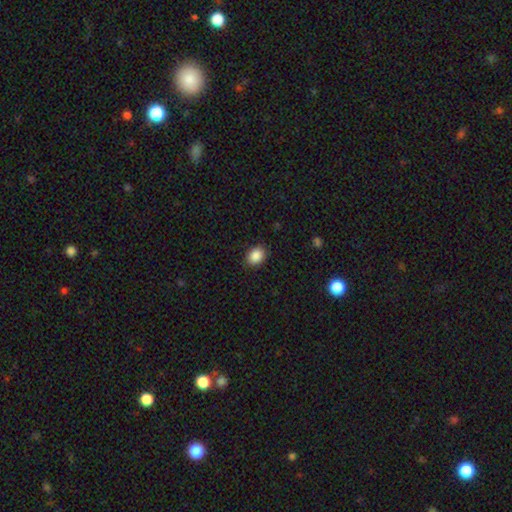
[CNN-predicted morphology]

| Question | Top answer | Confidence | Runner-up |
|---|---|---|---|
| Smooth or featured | smooth | 88% | star or artifact (8%) |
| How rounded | in between | 60% | round (39%) |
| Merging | none | 89% | minor disturbance (8%) |